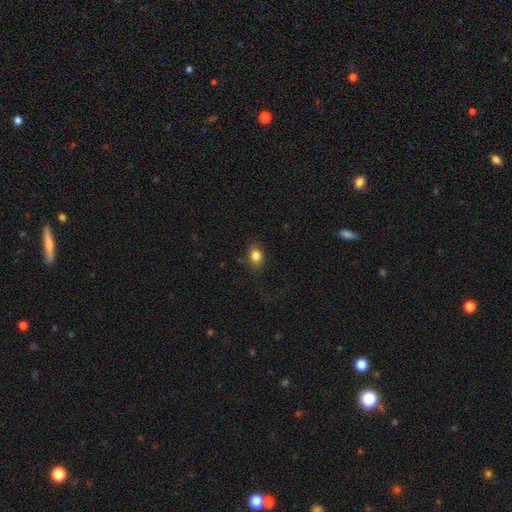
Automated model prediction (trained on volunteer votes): smooth_or_featured: smooth (p=0.83) [alt: star or artifact p=0.10]
how_rounded: in between (p=0.68) [alt: round p=0.30]
merging: none (p=0.80) [alt: minor disturbance p=0.15]